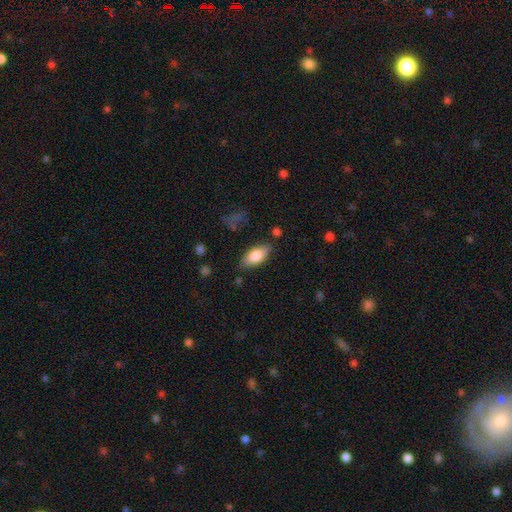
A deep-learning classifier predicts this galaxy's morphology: This is likely a smooth galaxy (78%). How rounded: clearly in between (88%). Merging: likely none (79%).